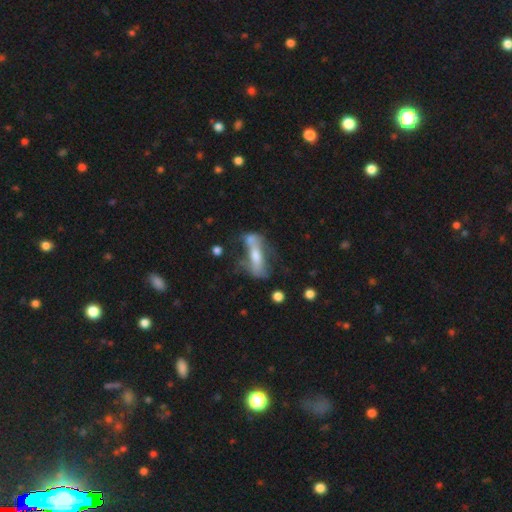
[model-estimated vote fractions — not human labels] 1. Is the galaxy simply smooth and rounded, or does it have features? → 54% featured or disk, 37% smooth, 9% star or artifact.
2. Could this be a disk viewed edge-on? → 62% no, 38% yes.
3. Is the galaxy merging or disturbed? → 35% none, 24% merger, 21% major disturbance, 20% minor disturbance.